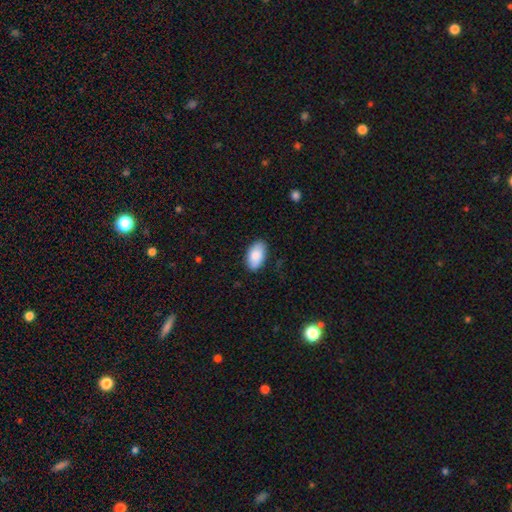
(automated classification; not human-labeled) A smooth galaxy with no disk features (87%) that is in between round and cigar-shaped (95%).

Vote fractions:
- Smooth or featured? smooth: 87% / featured or disk: 7% / star or artifact: 6%
- How rounded? in between: 95% / round: 4% / cigar-shaped: 2%
- Merging? none: 86% / minor disturbance: 11% / major disturbance: 2% / merger: 1%